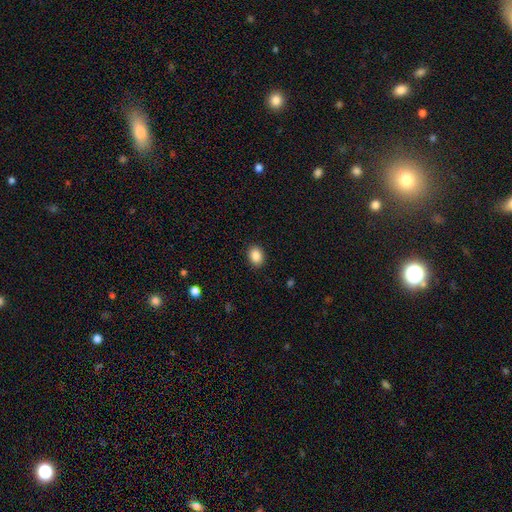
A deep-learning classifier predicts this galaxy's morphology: smooth_or_featured: smooth (p=0.88) [alt: star or artifact p=0.09]
how_rounded: in between (p=0.65) [alt: round p=0.34]
merging: none (p=0.90) [alt: minor disturbance p=0.07]